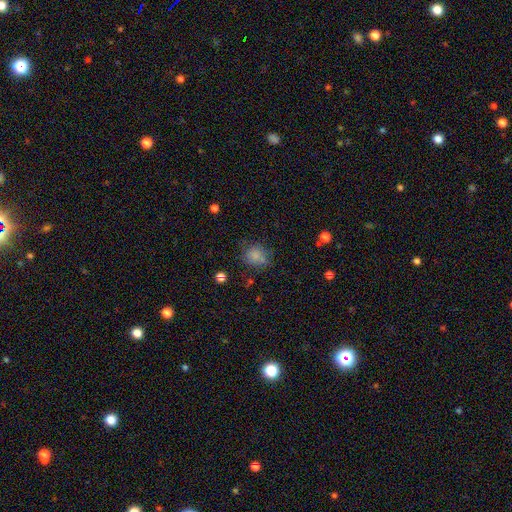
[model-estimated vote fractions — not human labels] smooth_or_featured: smooth (p=0.78) [alt: star or artifact p=0.13]
how_rounded: round (p=0.74) [alt: in between p=0.25]
merging: none (p=0.67) [alt: minor disturbance p=0.20]